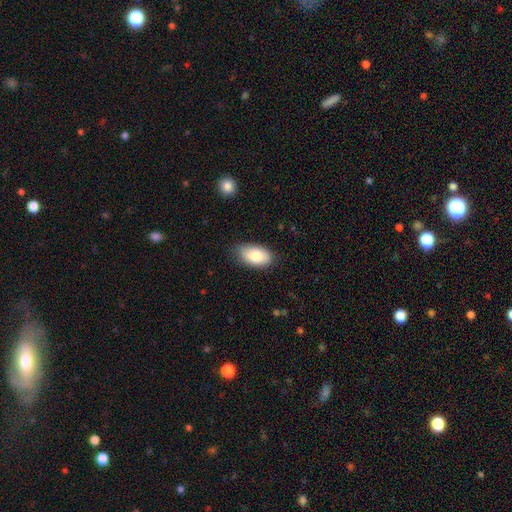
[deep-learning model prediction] Morphology: type=smooth (81%); roundness=in between (94%); merging=none (80%).